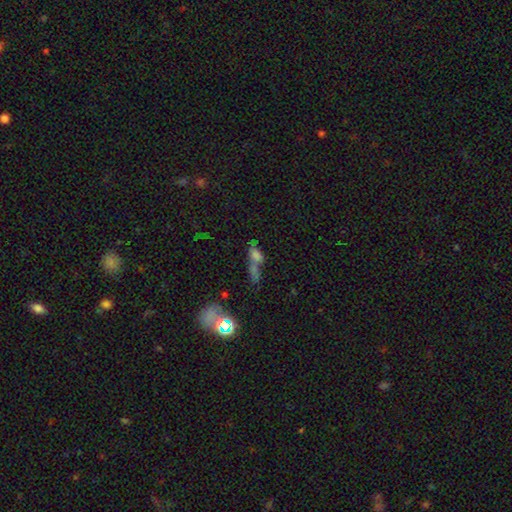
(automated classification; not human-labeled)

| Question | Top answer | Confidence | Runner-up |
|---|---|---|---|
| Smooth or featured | smooth | 44% | star or artifact (30%) |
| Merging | merger | 39% | none (37%) |